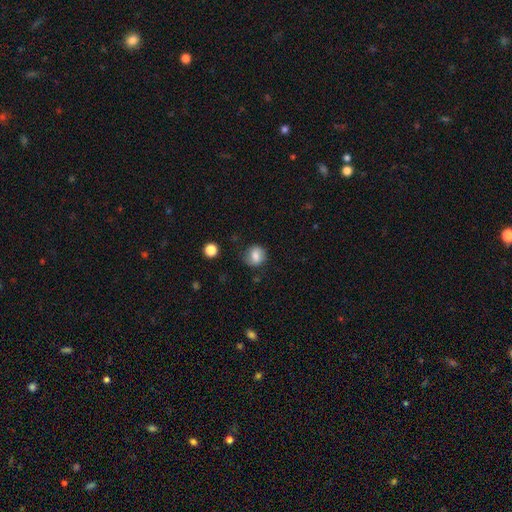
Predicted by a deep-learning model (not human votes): Smooth or featured: smooth — 75% (featured or disk — 15%)
How rounded: round — 74% (in between — 25%)
Merging: none — 73% (minor disturbance — 19%)